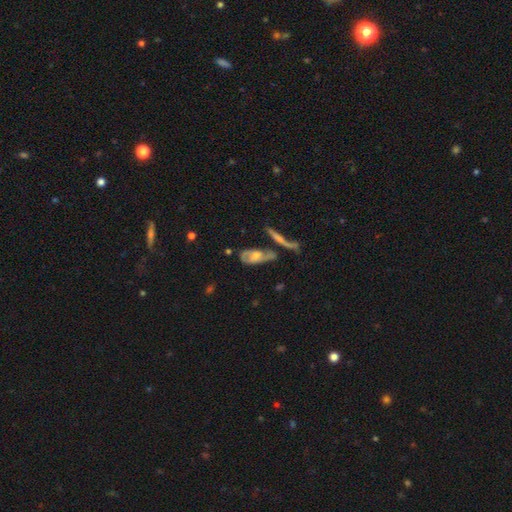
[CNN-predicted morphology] smooth-or-featured: featured or disk: 57% | smooth: 34% | star or artifact: 9%
  disk-edge-on: no: 79% | yes: 21%
  merging: none: 38% | merger: 23% | minor disturbance: 21% | major disturbance: 18%